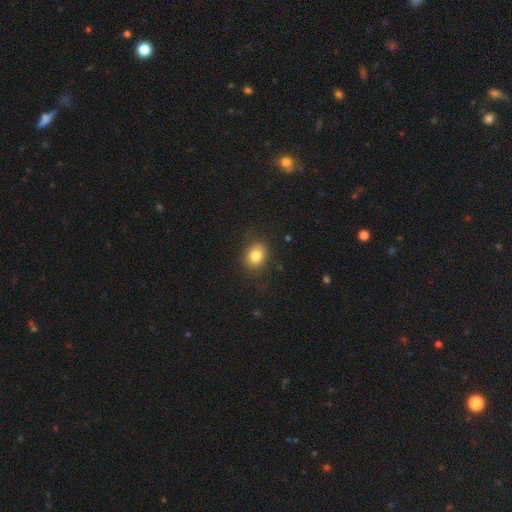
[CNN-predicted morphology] Overall: smooth (82%). How rounded: round (50%; in between 49%). Merging: none (81%).